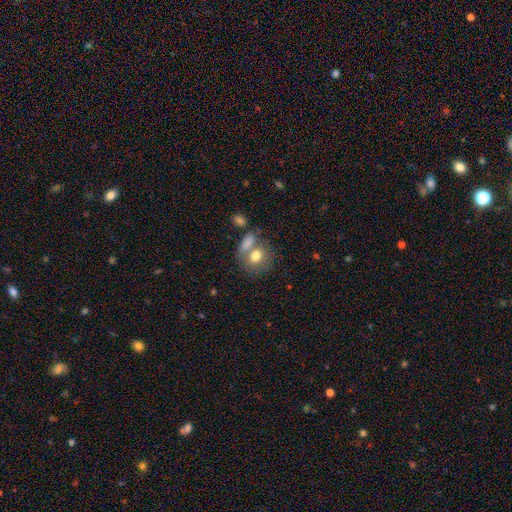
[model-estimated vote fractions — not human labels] Smooth or featured? smooth (76%)
How rounded? round (53%)
Merging? none (44%)